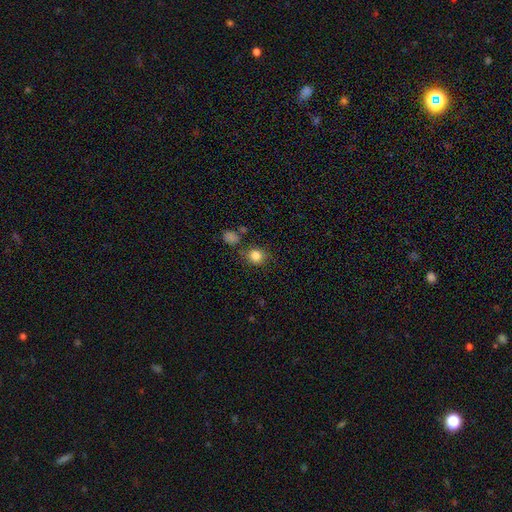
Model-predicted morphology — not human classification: A smooth galaxy with no disk features (84%) that is round (82%). Merging: none (77%).